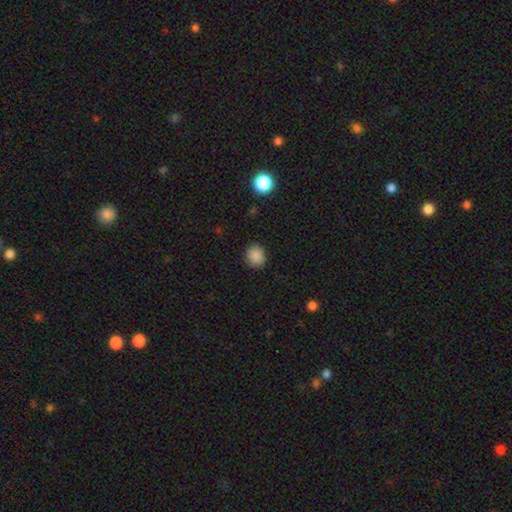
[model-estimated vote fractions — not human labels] Q: Smooth or featured?
A: smooth (87%); runner-up: star or artifact (10%)
Q: How rounded?
A: round (78%); runner-up: in between (21%)
Q: Merging?
A: none (86%); runner-up: minor disturbance (10%)